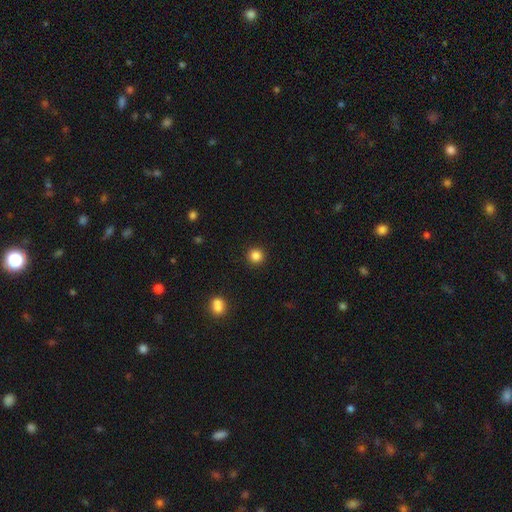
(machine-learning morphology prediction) Smooth or featured: smooth — 84% (star or artifact — 11%)
How rounded: round — 95% (in between — 4%)
Merging: none — 92% (minor disturbance — 5%)